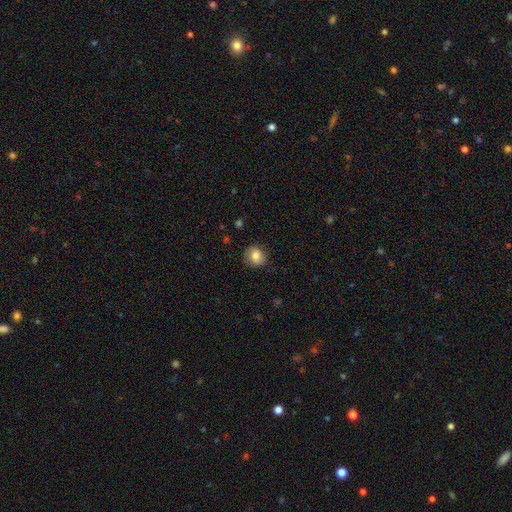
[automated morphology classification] Overall: smooth (78%). How rounded: round (81%). Merging: none (84%).